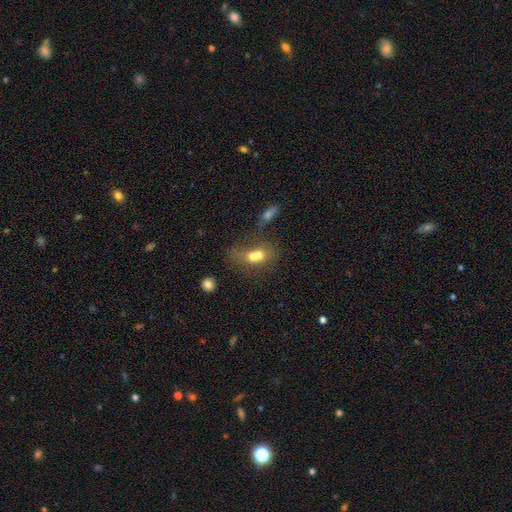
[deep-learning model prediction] Smooth or featured?
  - smooth: 61% *
  - featured or disk: 25%
  - star or artifact: 14%
How rounded?
  - in between: 56% *
  - round: 39%
  - cigar-shaped: 6%
Merging?
  - merger: 67% *
  - none: 19%
  - minor disturbance: 7%
  - major disturbance: 7%